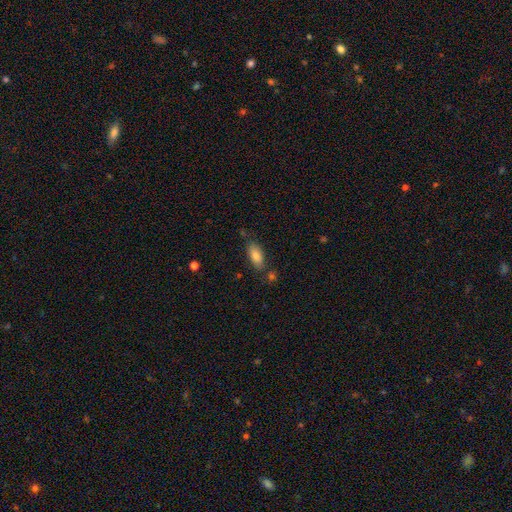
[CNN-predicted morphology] smooth-or-featured: smooth: 84% | featured or disk: 8% | star or artifact: 7%
  how-rounded: in between: 87% | cigar-shaped: 11% | round: 2%
  merging: none: 74% | minor disturbance: 15% | merger: 7% | major disturbance: 4%